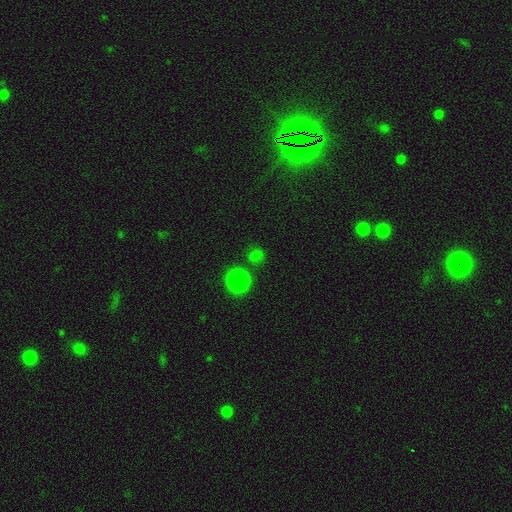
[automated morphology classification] Overall: smooth (76%). How rounded: round (84%). Merging: none (76%).